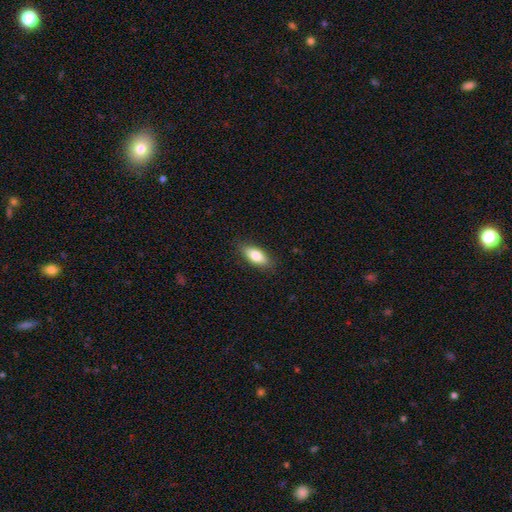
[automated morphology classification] A smooth galaxy with no disk features (77%) that is in between round and cigar-shaped (78%).

Vote fractions:
- Smooth or featured? smooth: 77% / featured or disk: 16% / star or artifact: 7%
- How rounded? in between: 78% / cigar-shaped: 20% / round: 3%
- Merging? none: 86% / minor disturbance: 11% / major disturbance: 2% / merger: 1%